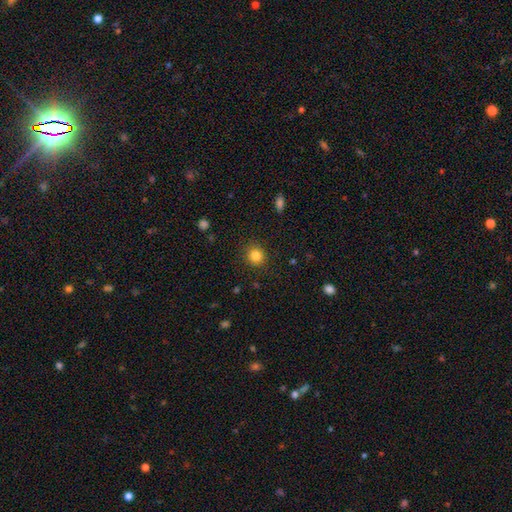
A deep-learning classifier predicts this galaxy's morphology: Smooth or featured?
  - smooth: 84% *
  - star or artifact: 11%
  - featured or disk: 5%
How rounded?
  - round: 89% *
  - in between: 10%
  - cigar-shaped: 1%
Merging?
  - none: 89% *
  - minor disturbance: 7%
  - major disturbance: 3%
  - merger: 1%